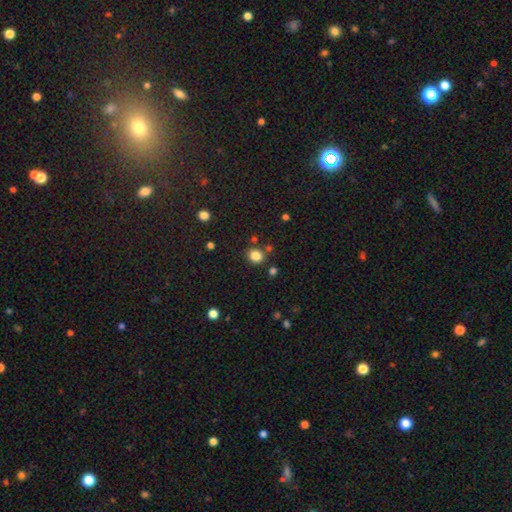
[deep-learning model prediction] Morphology: type=smooth (83%); roundness=round (69%); merging=none (81%).